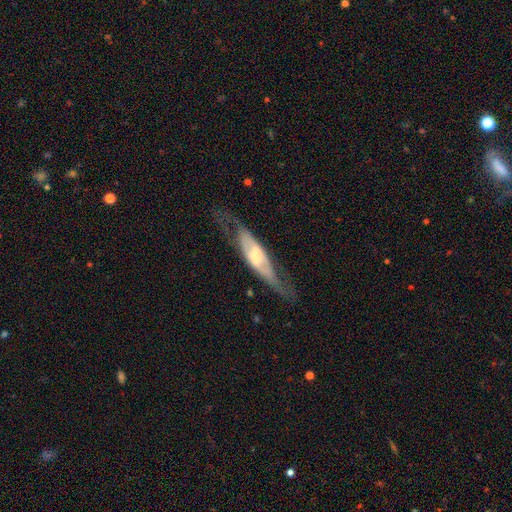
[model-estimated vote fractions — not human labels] smooth-or-featured: featured or disk: 69% | smooth: 26% | star or artifact: 6%
  disk-edge-on: yes: 58% | no: 42%
  merging: none: 61% | minor disturbance: 20% | major disturbance: 17% | merger: 2%